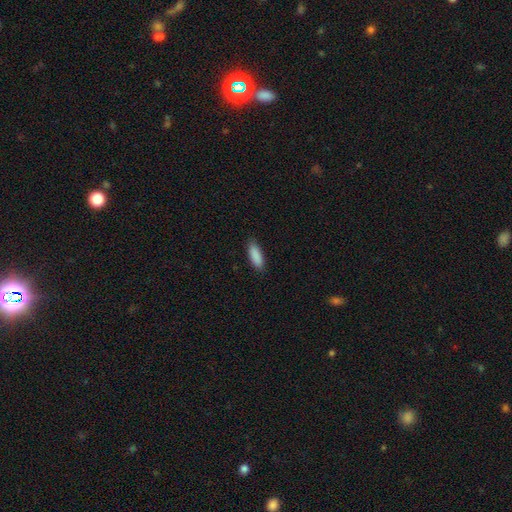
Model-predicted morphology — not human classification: Overall: smooth (90%). How rounded: in between (64%; cigar-shaped 35%). Merging: none (87%).